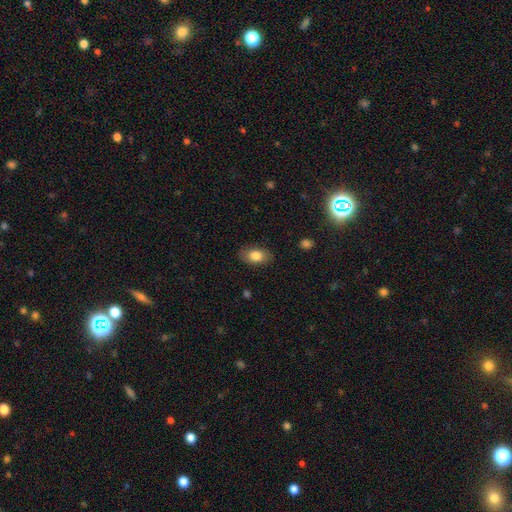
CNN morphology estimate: The model was most divided on "smooth or featured": smooth: 81%, featured or disk: 11%, star or artifact: 7%. More confident: how rounded — in between (89%); merging — none (83%).